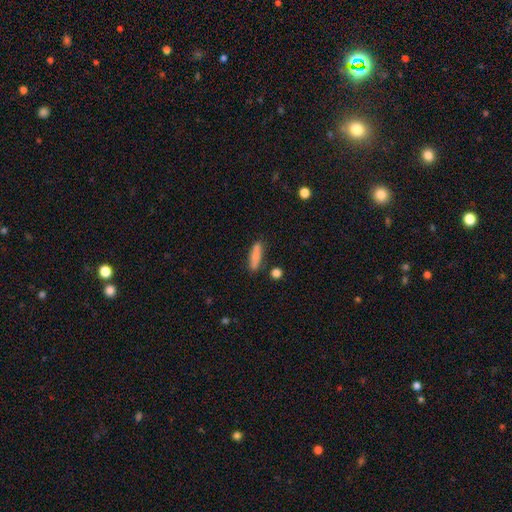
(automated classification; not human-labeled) A smooth galaxy with no disk features (82%) that is cigar-shaped (66%). Merging: none (77%).